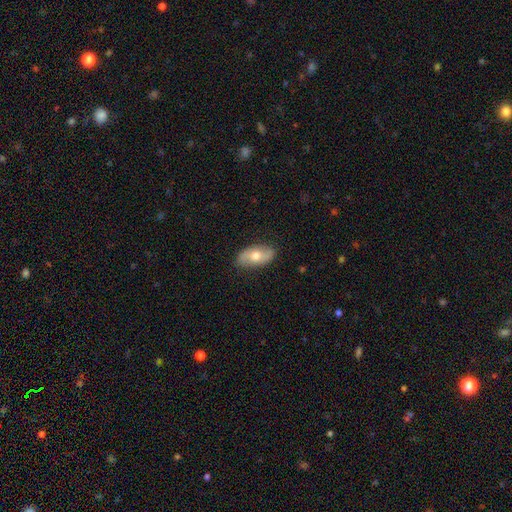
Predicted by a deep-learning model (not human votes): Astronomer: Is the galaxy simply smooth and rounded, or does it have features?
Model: smooth — 57% (runner-up: featured or disk, 37%).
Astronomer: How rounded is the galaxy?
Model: in between — 91%.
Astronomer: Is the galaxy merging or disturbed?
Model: none — 83%.